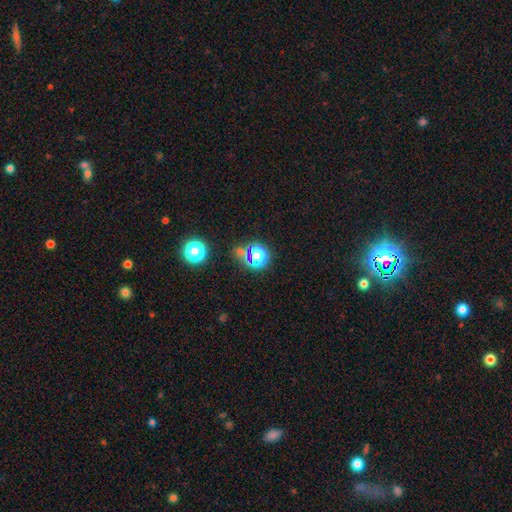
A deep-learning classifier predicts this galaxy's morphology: A star or artifact, not a galaxy (53%).

Vote fractions:
- Smooth or featured? star or artifact: 53% / smooth: 38% / featured or disk: 8%